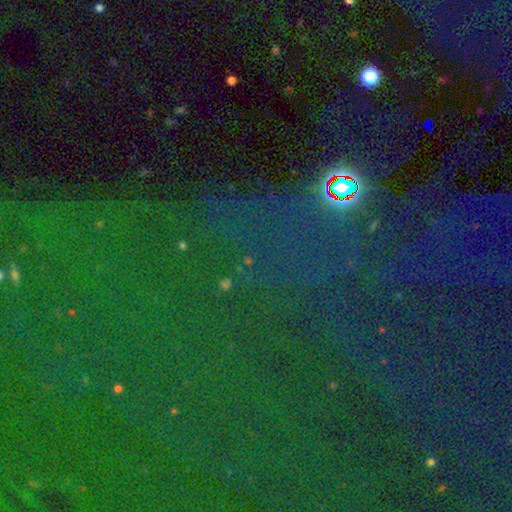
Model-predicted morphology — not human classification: A star or artifact, not a galaxy (82%).